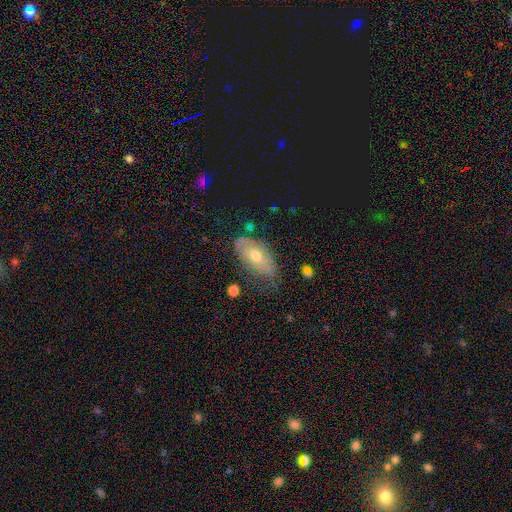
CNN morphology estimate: Smooth or featured?
  - smooth: 48% *
  - featured or disk: 45%
  - star or artifact: 8%
Merging?
  - none: 58% *
  - minor disturbance: 31%
  - major disturbance: 9%
  - merger: 3%